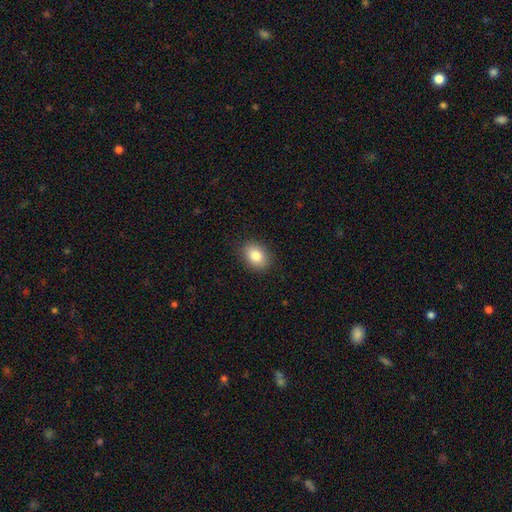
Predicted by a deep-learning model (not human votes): A smooth galaxy with no disk features (82%) that is in between round and cigar-shaped (67%). Merging: none (88%).